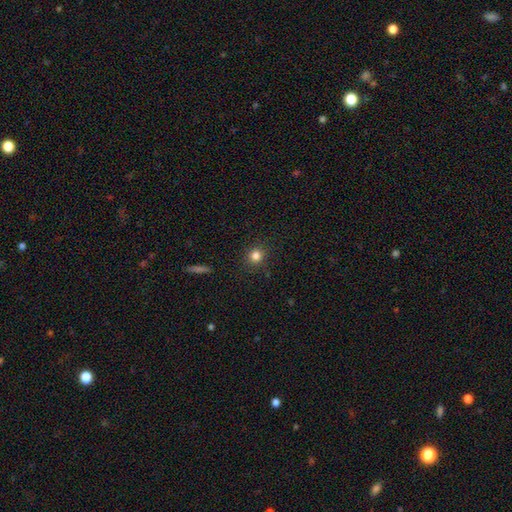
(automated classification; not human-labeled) This is clearly a smooth galaxy (82%). How rounded: clearly round (90%). Merging: clearly none (88%).